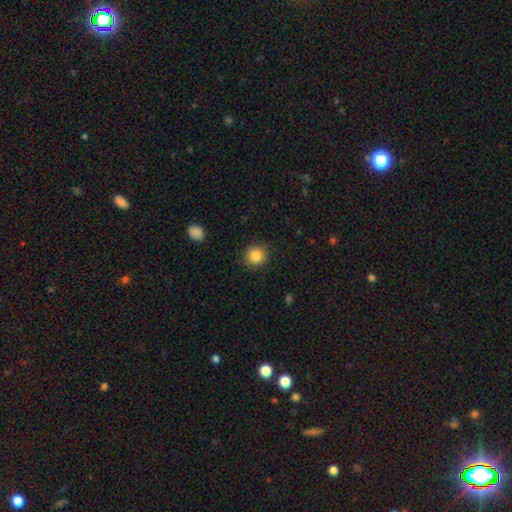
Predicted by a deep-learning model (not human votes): The model was most divided on "smooth or featured": smooth: 86%, star or artifact: 10%, featured or disk: 5%. More confident: how rounded — round (91%); merging — none (89%).